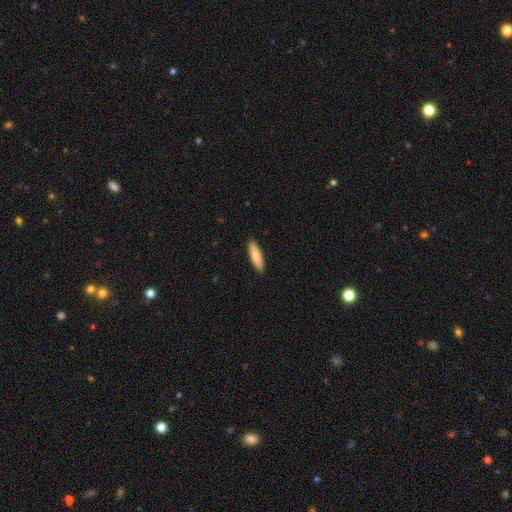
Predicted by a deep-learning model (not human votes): Overall: smooth (78%). How rounded: cigar-shaped (68%; in between 30%). Merging: none (91%).